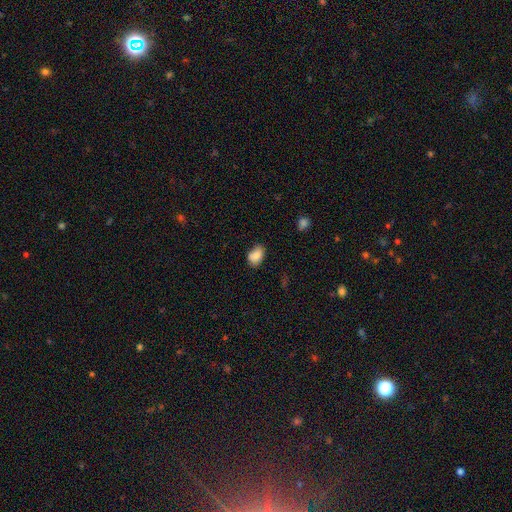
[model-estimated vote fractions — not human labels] A smooth galaxy with no disk features (84%) that is in between round and cigar-shaped (84%).

Vote fractions:
- Smooth or featured? smooth: 84% / star or artifact: 8% / featured or disk: 7%
- How rounded? in between: 84% / round: 15% / cigar-shaped: 1%
- Merging? none: 65% / minor disturbance: 27% / major disturbance: 5% / merger: 4%